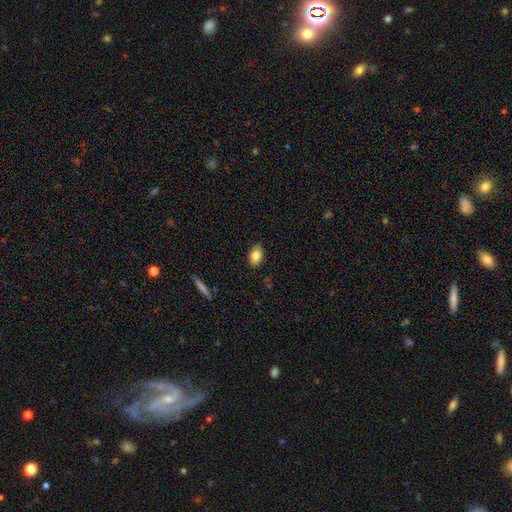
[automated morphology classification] This is clearly a smooth galaxy (80%). How rounded: clearly in between (88%). Merging: clearly none (88%).